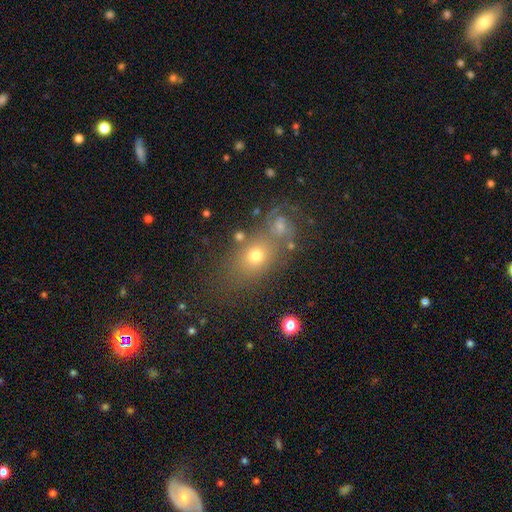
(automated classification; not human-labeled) Overall: smooth (64%). How rounded: in between (57%; round 40%). Merging: none (57%; merger 21%).